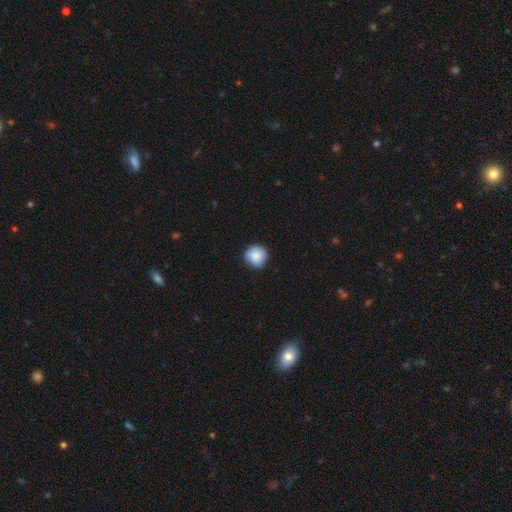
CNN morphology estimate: A smooth galaxy with no disk features (87%) that is round (94%). Merging: none (85%).